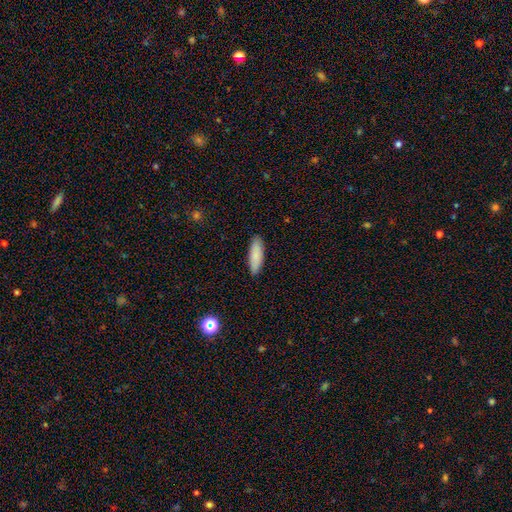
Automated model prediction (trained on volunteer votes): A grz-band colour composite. It shows a smooth galaxy with no disk features (87%) that is in between round and cigar-shaped (54%). Merging: none (89%).